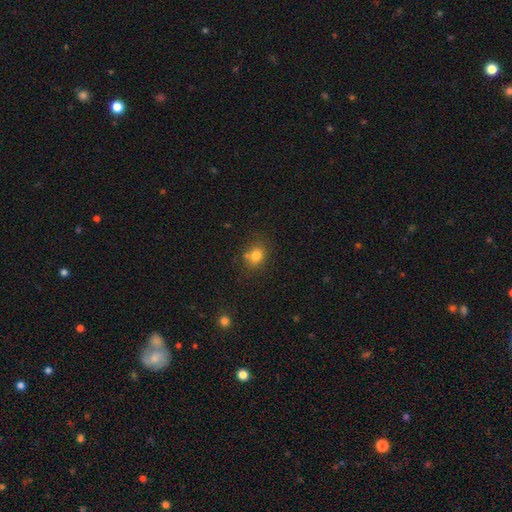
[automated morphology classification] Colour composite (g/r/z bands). It shows a smooth galaxy with no disk features (79%) that is round (60%). Merging: none (67%).